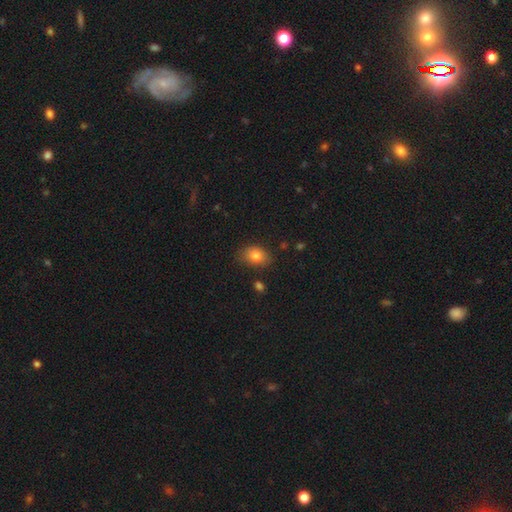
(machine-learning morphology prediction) type=smooth (82%); roundness=in between (78%); merging=none (79%).